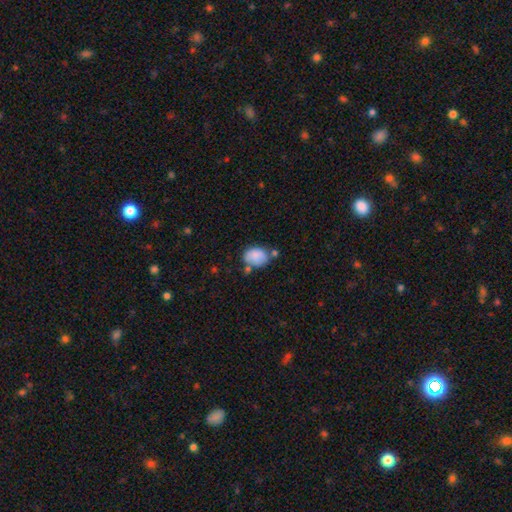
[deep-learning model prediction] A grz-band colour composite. It shows a smooth galaxy with no disk features (81%) that is in between round and cigar-shaped (71%). Merging: none (51%).